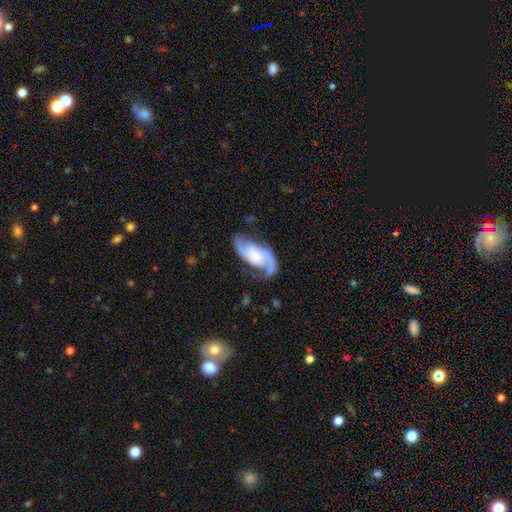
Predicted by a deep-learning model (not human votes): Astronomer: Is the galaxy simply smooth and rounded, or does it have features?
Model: featured or disk — 88%.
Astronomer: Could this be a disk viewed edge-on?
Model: no — 96%.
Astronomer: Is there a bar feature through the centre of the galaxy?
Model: no — 57% (runner-up: weak, 32%).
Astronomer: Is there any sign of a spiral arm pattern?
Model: yes — 97%.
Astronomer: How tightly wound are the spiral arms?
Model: medium — 47% (runner-up: loose, 37%).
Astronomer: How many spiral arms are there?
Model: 2 — 92%.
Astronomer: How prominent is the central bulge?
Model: small — 44% (runner-up: moderate, 36%).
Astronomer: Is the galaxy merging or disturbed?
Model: none — 71%.